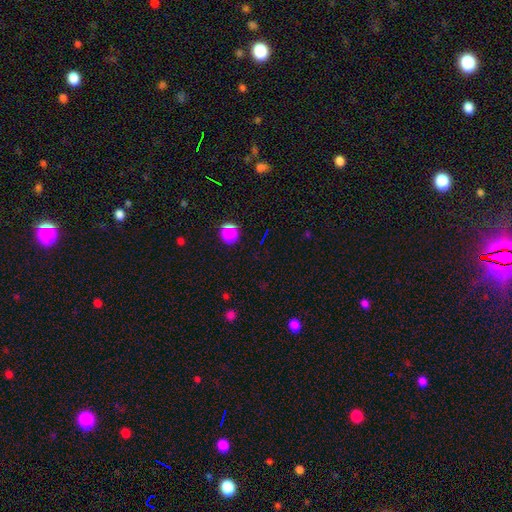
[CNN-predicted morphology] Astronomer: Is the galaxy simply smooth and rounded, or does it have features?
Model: star or artifact — 48% (runner-up: smooth, 44%).